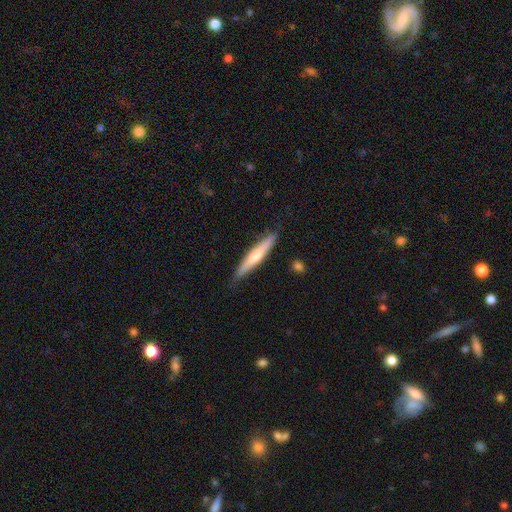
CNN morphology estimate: Q: Smooth or featured?
A: smooth (48%); runner-up: featured or disk (47%)
Q: Merging?
A: none (85%); runner-up: minor disturbance (12%)